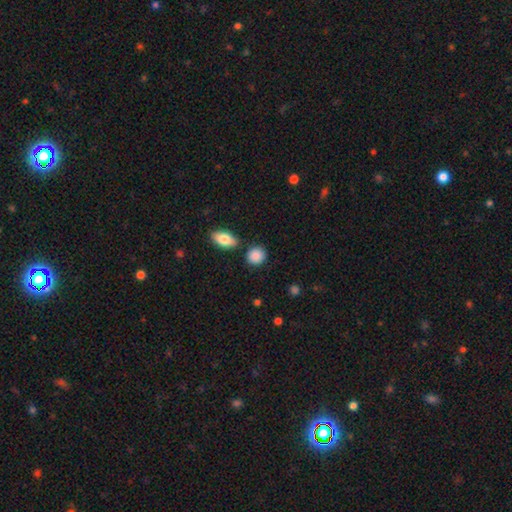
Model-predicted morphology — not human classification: Smooth or featured?
  - smooth: 88% *
  - star or artifact: 7%
  - featured or disk: 4%
How rounded?
  - round: 81% *
  - in between: 17%
  - cigar-shaped: 2%
Merging?
  - none: 82% *
  - minor disturbance: 10%
  - merger: 5%
  - major disturbance: 3%